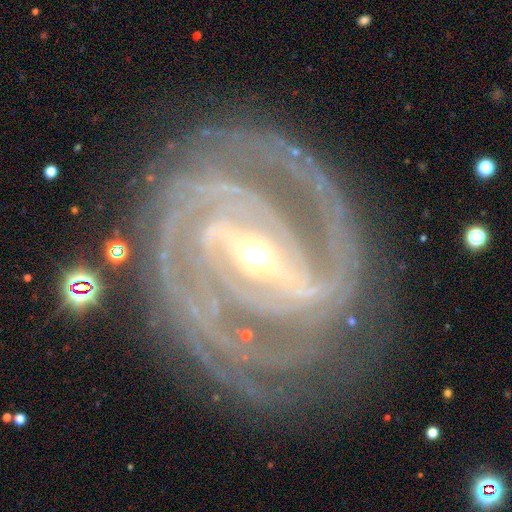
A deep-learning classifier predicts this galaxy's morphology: type=featured or disk (94%); edge-on=no (97%); bar=strong (65%); spiral arms=yes (98%); winding=tight (56%); arm count=2 (46%); bulge=small (55%); merging=none (74%).